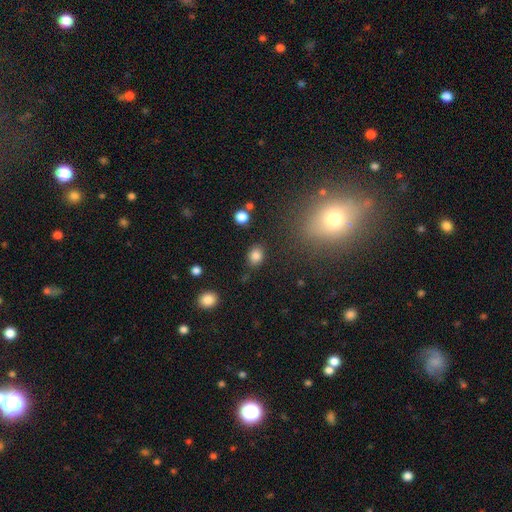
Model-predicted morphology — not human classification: smooth_or_featured: smooth (p=0.84) [alt: star or artifact p=0.11]
how_rounded: in between (p=0.51) [alt: round p=0.48]
merging: none (p=0.82) [alt: minor disturbance p=0.12]